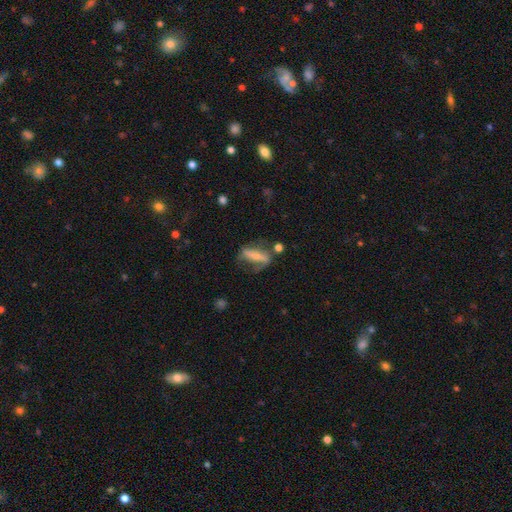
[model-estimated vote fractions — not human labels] Overall: featured or disk (58%; smooth 34%). Edge-on disk: no (70%). Merging: none (51%; minor disturbance 23%).